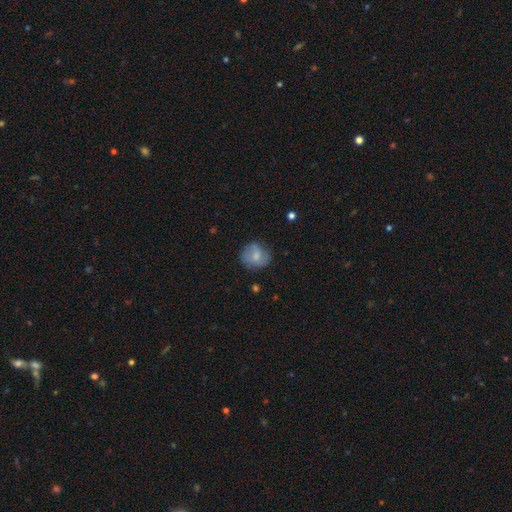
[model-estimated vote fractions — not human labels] Smooth or featured? Predicted: smooth (p=0.68). How rounded? Predicted: round (p=0.76). Merging? Predicted: none (p=0.66).